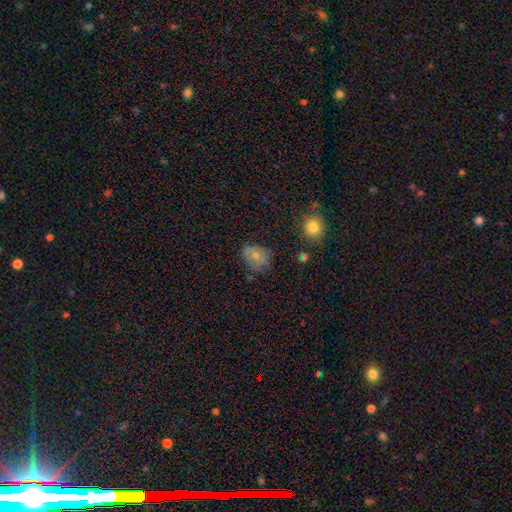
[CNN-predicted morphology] smooth_or_featured: smooth (p=0.67) [alt: featured or disk p=0.22]
how_rounded: round (p=0.52) [alt: in between p=0.47]
merging: none (p=0.65) [alt: minor disturbance p=0.25]